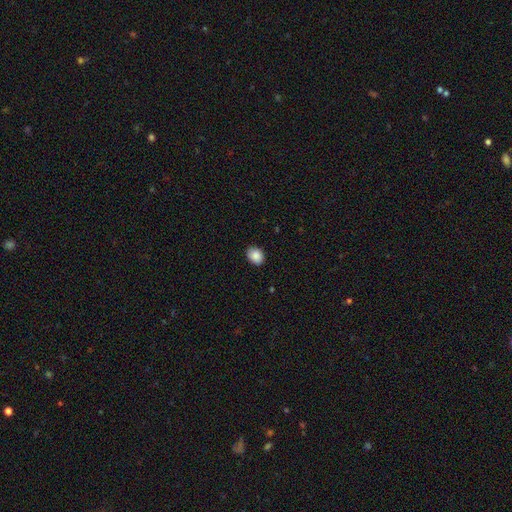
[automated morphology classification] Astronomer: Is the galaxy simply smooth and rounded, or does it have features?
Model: smooth — 88%.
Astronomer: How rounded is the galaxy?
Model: in between — 62%.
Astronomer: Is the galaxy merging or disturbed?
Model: none — 84%.